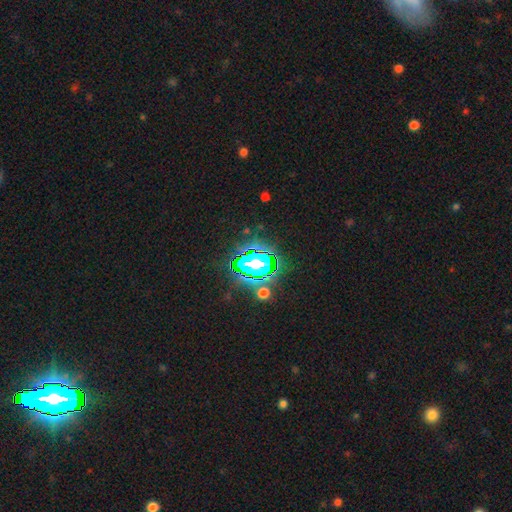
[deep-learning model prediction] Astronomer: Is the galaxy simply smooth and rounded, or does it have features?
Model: star or artifact — 75%.